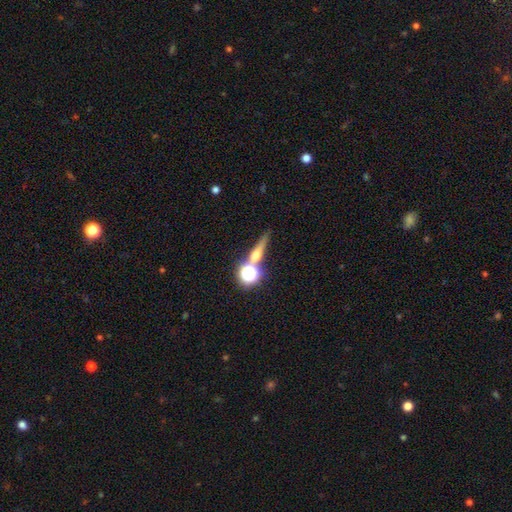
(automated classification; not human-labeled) Smooth or featured?
  - smooth: 42% *
  - featured or disk: 34%
  - star or artifact: 24%
Merging?
  - none: 59% *
  - merger: 22%
  - minor disturbance: 12%
  - major disturbance: 7%